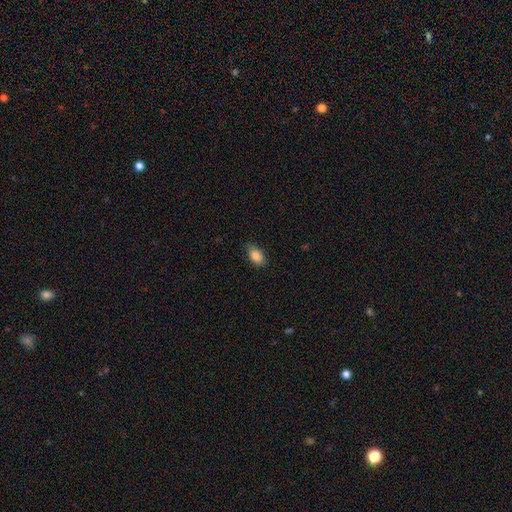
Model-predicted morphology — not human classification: A smooth galaxy with no disk features (85%) that is in between round and cigar-shaped (89%). Merging: none (80%).